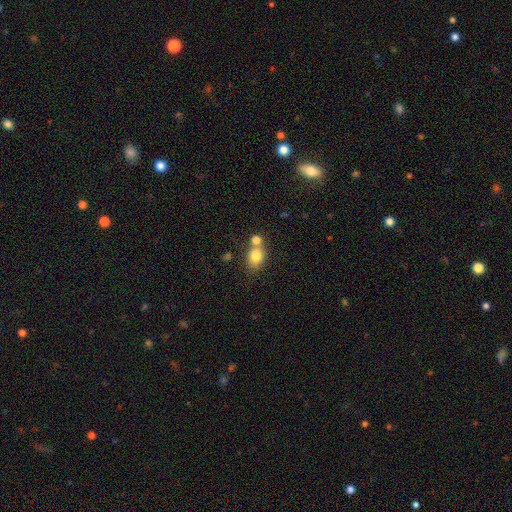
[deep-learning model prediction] smooth 80%, star or artifact 10%, featured or disk 10%. Down the decision tree: how rounded — in between (51%); merging — none (50%).